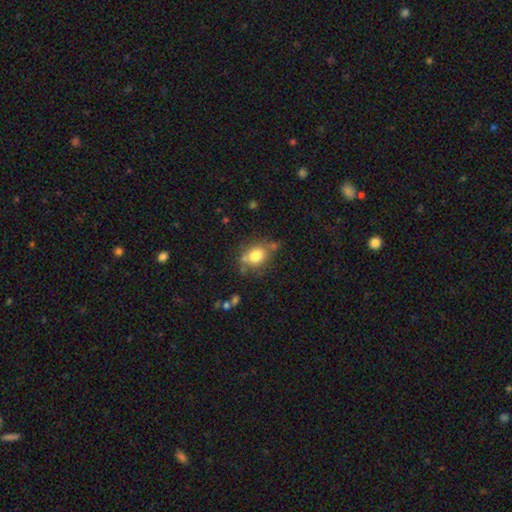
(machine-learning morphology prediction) smooth 76%, featured or disk 13%, star or artifact 11%. Down the decision tree: how rounded — round (54%); merging — none (62%).